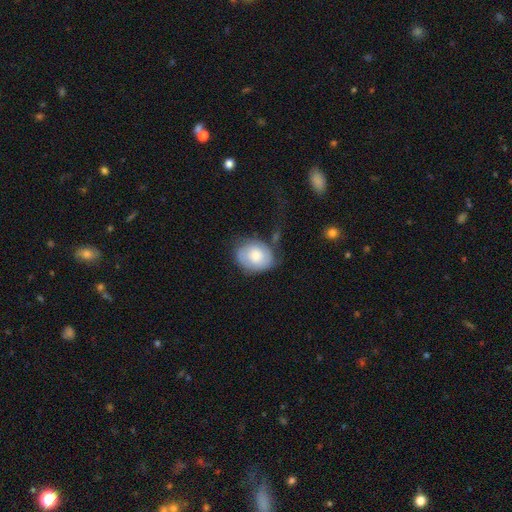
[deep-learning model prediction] This is possibly a smooth galaxy (49%). Merging: possibly none (55%).